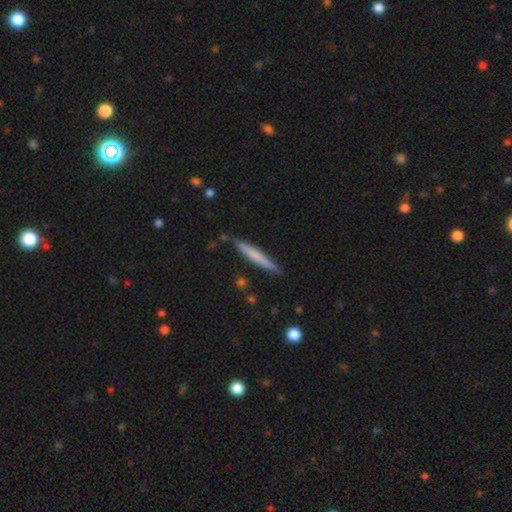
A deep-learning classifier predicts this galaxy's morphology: A smooth galaxy with no disk features (60%) that is cigar-shaped (96%).

Vote fractions:
- Smooth or featured? smooth: 60% / featured or disk: 34% / star or artifact: 6%
- How rounded? cigar-shaped: 96% / in between: 3% / round: 1%
- Merging? none: 86% / minor disturbance: 10% / merger: 2% / major disturbance: 2%